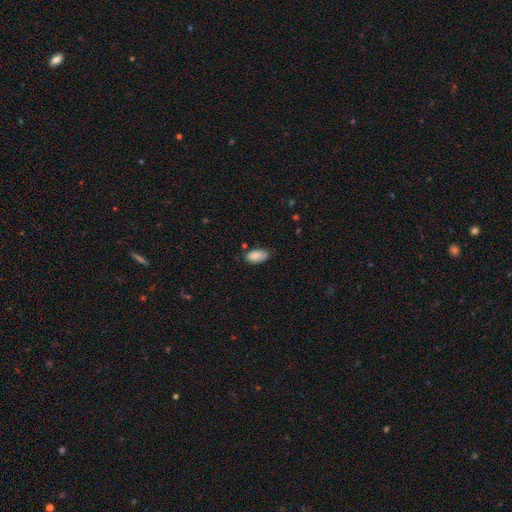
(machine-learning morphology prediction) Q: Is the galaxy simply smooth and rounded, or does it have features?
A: smooth — 87%.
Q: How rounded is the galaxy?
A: in between — 94%.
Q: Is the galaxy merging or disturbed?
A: none — 74%.